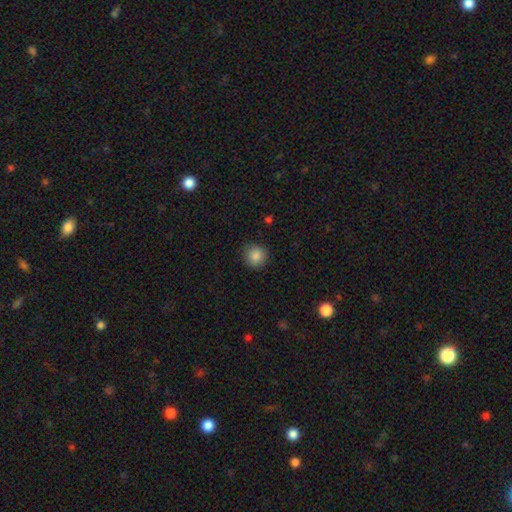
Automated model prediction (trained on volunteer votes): smooth-or-featured: smooth: 87% | star or artifact: 10% | featured or disk: 3%
  how-rounded: round: 91% | in between: 8% | cigar-shaped: 1%
  merging: none: 87% | minor disturbance: 9% | major disturbance: 2% | merger: 1%